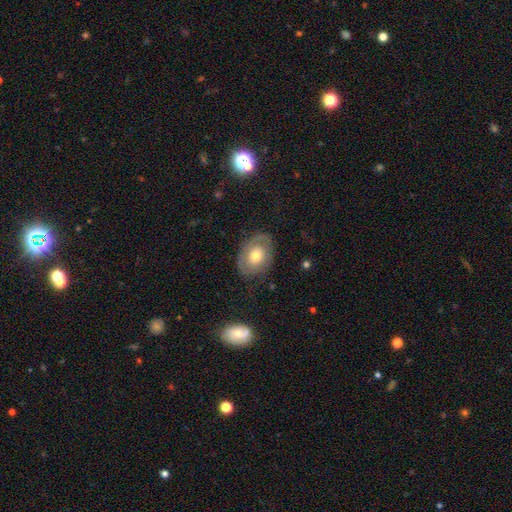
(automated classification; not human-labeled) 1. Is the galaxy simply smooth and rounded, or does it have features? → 49% smooth, 44% featured or disk, 8% star or artifact.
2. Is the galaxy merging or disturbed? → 73% none, 19% minor disturbance, 7% major disturbance, 1% merger.